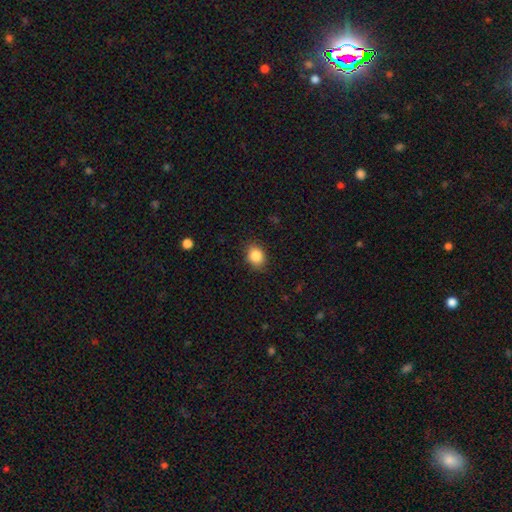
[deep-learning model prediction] Q: Smooth or featured?
A: smooth (86%); runner-up: star or artifact (9%)
Q: How rounded?
A: round (51%); runner-up: in between (48%)
Q: Merging?
A: none (85%); runner-up: minor disturbance (12%)